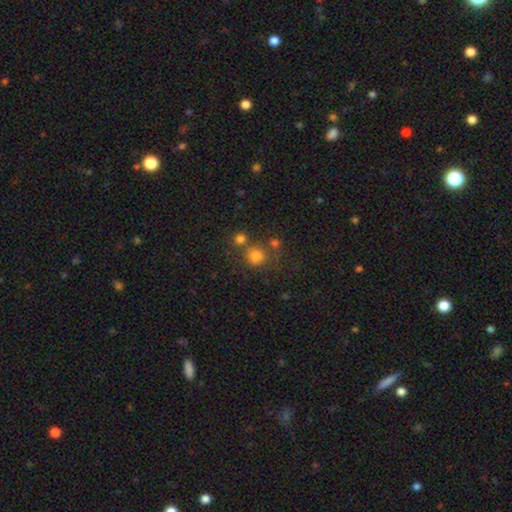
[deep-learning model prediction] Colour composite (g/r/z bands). It shows a smooth galaxy with no disk features (74%) that is round (85%). Merging: none (59%).